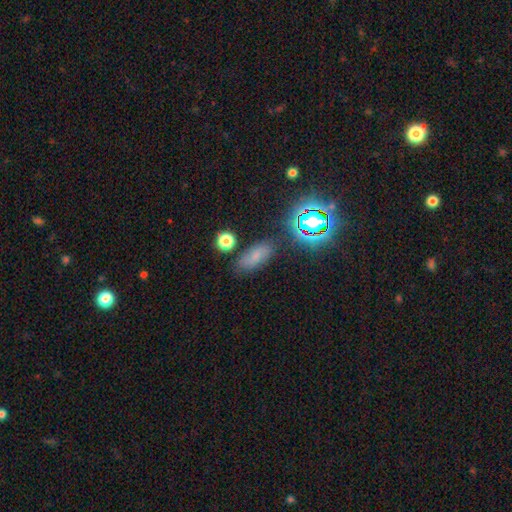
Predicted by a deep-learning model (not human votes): Smooth or featured?
  - smooth: 62% *
  - star or artifact: 22%
  - featured or disk: 16%
How rounded?
  - in between: 80% *
  - cigar-shaped: 12%
  - round: 8%
Merging?
  - none: 73% *
  - minor disturbance: 16%
  - major disturbance: 5%
  - merger: 5%